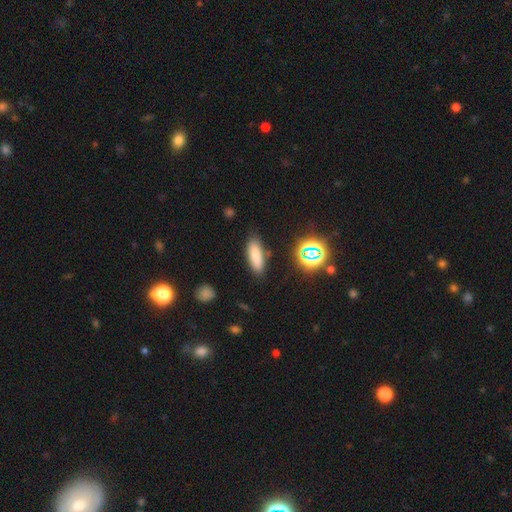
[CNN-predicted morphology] A smooth galaxy with no disk features (78%) that is in between round and cigar-shaped (58%).

Vote fractions:
- Smooth or featured? smooth: 78% / star or artifact: 12% / featured or disk: 10%
- How rounded? in between: 58% / cigar-shaped: 39% / round: 3%
- Merging? none: 81% / minor disturbance: 13% / major disturbance: 3% / merger: 3%